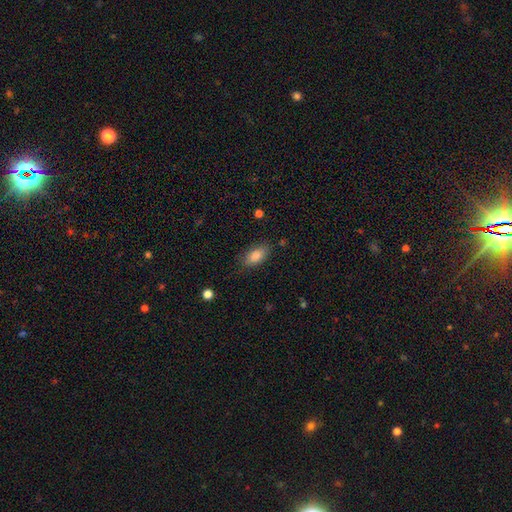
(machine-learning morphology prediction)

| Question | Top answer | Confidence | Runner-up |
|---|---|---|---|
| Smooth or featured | smooth | 83% | featured or disk (9%) |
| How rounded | in between | 89% | cigar-shaped (7%) |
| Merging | none | 81% | minor disturbance (14%) |